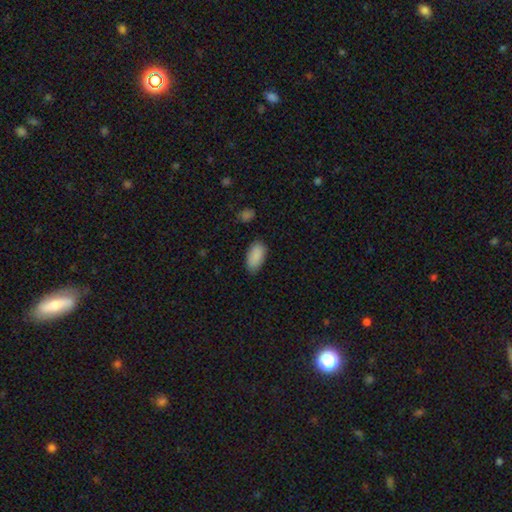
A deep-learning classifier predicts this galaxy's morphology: A smooth galaxy with no disk features (89%) that is in between round and cigar-shaped (94%).

Vote fractions:
- Smooth or featured? smooth: 89% / star or artifact: 7% / featured or disk: 4%
- How rounded? in between: 94% / cigar-shaped: 3% / round: 3%
- Merging? none: 80% / minor disturbance: 16% / major disturbance: 3% / merger: 1%